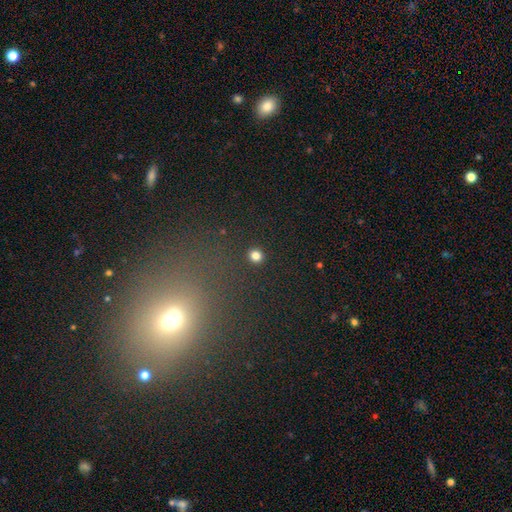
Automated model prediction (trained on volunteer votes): Morphology: type=smooth (82%); roundness=round (90%); merging=none (92%).